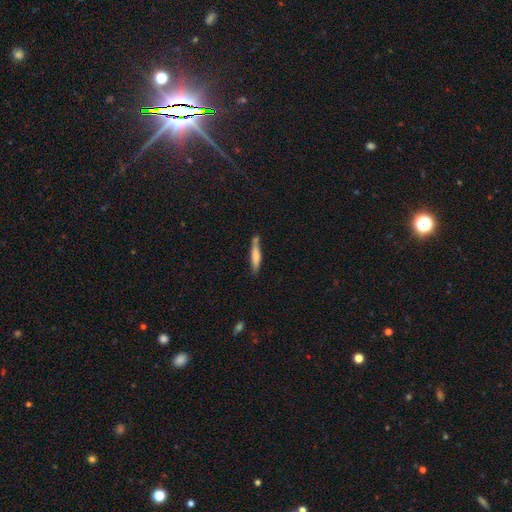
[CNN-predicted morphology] Smooth or featured? Predicted: smooth (p=0.67). How rounded? Predicted: cigar-shaped (p=0.89). Merging? Predicted: none (p=0.67).